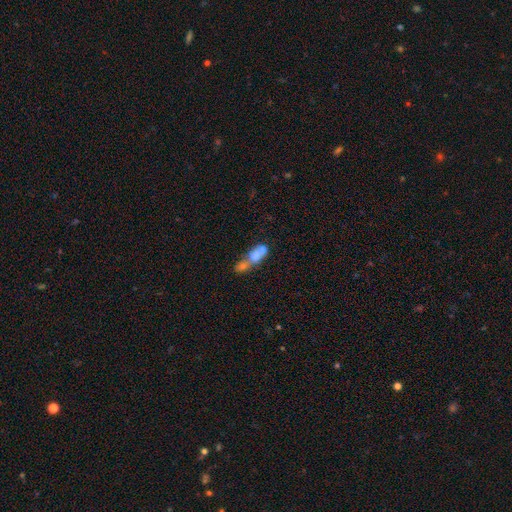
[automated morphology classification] The model was most divided on "smooth or featured": smooth: 60%, featured or disk: 28%, star or artifact: 11%. More confident: merging — merger (68%); how rounded — in between (60%).